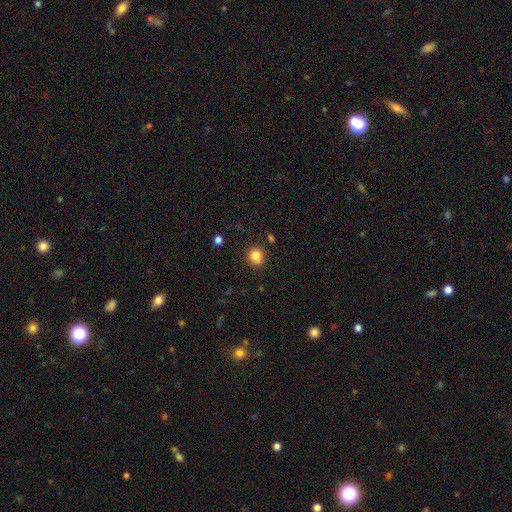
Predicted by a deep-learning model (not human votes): A smooth galaxy with no disk features (83%) that is round (83%).

Vote fractions:
- Smooth or featured? smooth: 83% / star or artifact: 11% / featured or disk: 5%
- How rounded? round: 83% / in between: 16% / cigar-shaped: 1%
- Merging? none: 83% / minor disturbance: 11% / merger: 3% / major disturbance: 3%